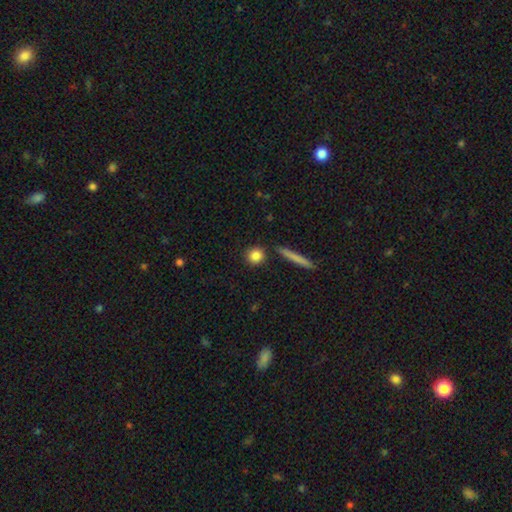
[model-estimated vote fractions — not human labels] Smooth or featured?
  - smooth: 85% *
  - star or artifact: 8%
  - featured or disk: 7%
How rounded?
  - round: 86% *
  - in between: 9%
  - cigar-shaped: 5%
Merging?
  - none: 86% *
  - minor disturbance: 7%
  - merger: 5%
  - major disturbance: 2%